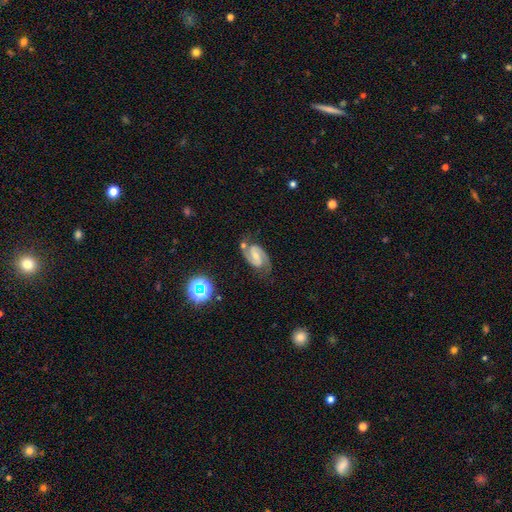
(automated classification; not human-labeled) Overall: featured or disk (87%). Edge-on disk: no (98%). Bar: weak (48%; strong 29%). Spiral arms: yes (98%). Spiral arm count: 2 (93%). Spiral winding: medium (58%; tight 29%). Bulge size: small (53%; moderate 38%). Merging: none (76%).